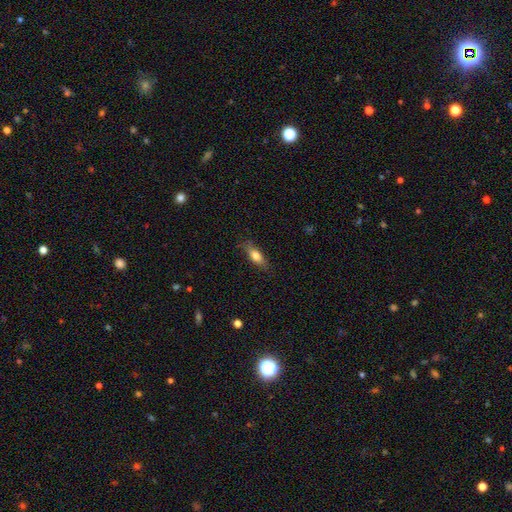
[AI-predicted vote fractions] A smooth galaxy with no disk features (75%) that is in between round and cigar-shaped (69%). Merging: none (78%).